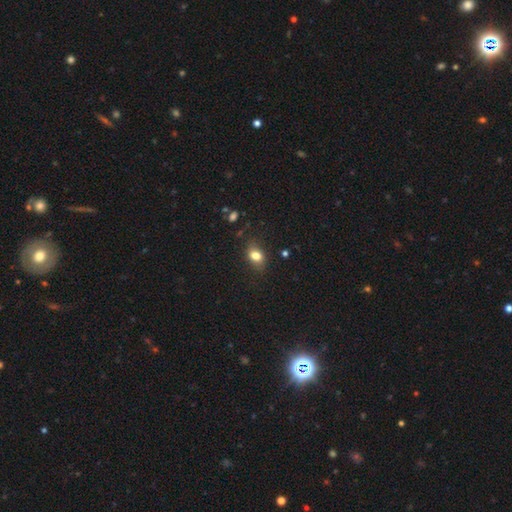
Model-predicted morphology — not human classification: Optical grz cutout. It shows a smooth galaxy with no disk features (78%) that is in between round and cigar-shaped (65%). Merging: none (78%).